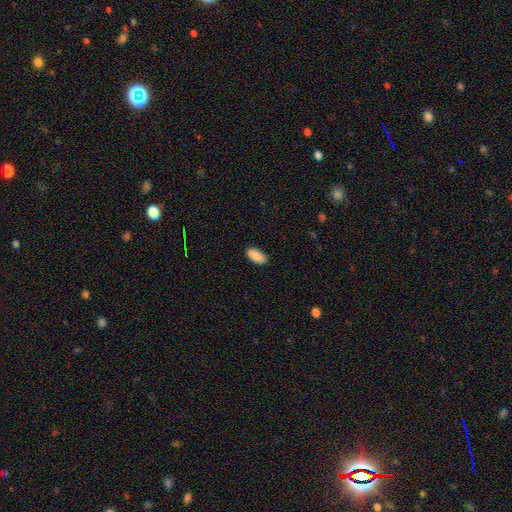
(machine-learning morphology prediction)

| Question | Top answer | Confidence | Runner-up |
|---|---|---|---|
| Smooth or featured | smooth | 90% | star or artifact (6%) |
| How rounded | in between | 93% | cigar-shaped (5%) |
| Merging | none | 88% | minor disturbance (9%) |